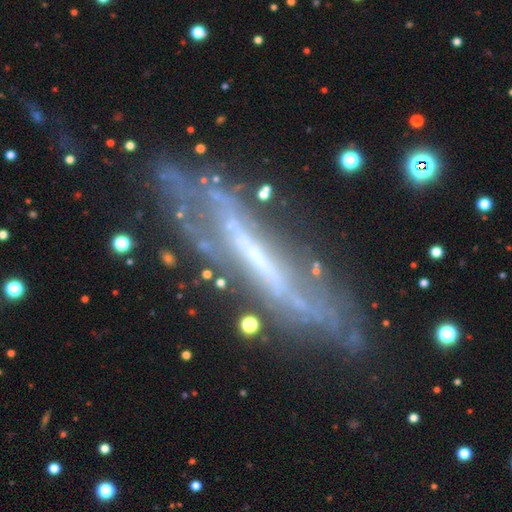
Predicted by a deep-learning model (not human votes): Smooth or featured? Predicted: featured or disk (p=0.77). Edge-on disk? Predicted: yes (p=0.57). Merging? Predicted: none (p=0.64).